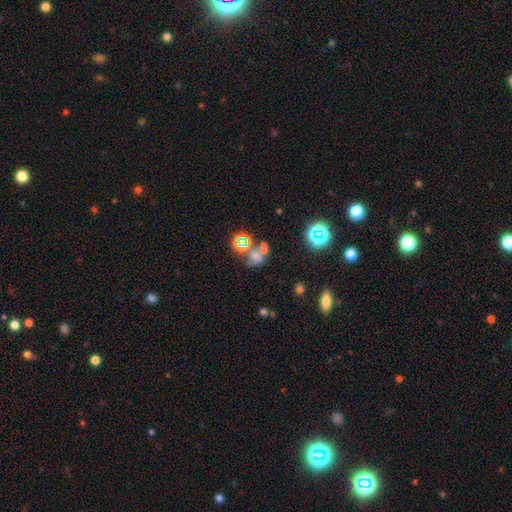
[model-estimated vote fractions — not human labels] This is possibly a smooth galaxy (46%). Merging: marginally merger (43%).